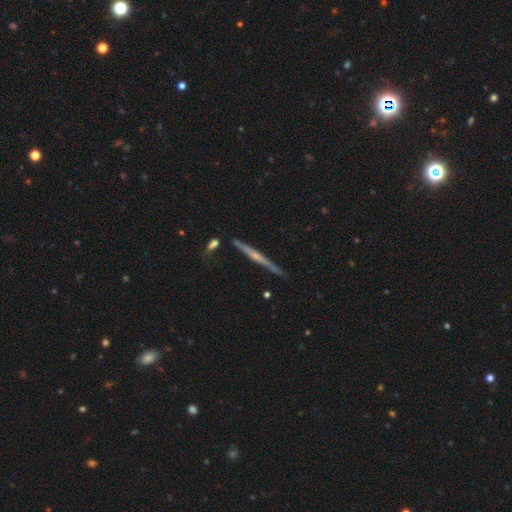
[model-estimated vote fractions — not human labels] Q: Smooth or featured?
A: featured or disk (73%); runner-up: smooth (21%)
Q: Edge-on disk?
A: yes (98%); runner-up: no (2%)
Q: Edge-on bulge?
A: rounded (60%); runner-up: none (33%)
Q: Merging?
A: none (87%); runner-up: minor disturbance (8%)